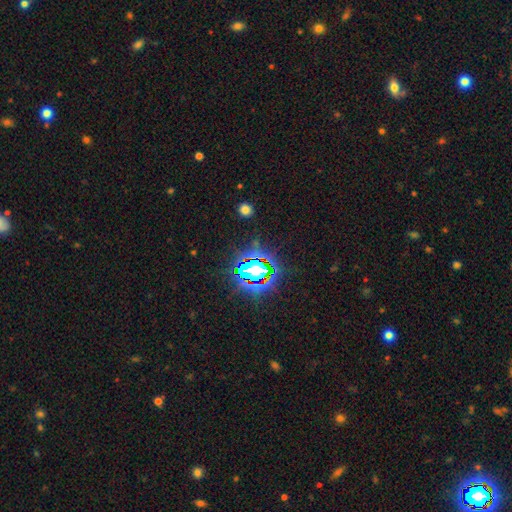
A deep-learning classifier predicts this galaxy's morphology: smooth-or-featured: star or artifact: 81% | smooth: 12% | featured or disk: 7%